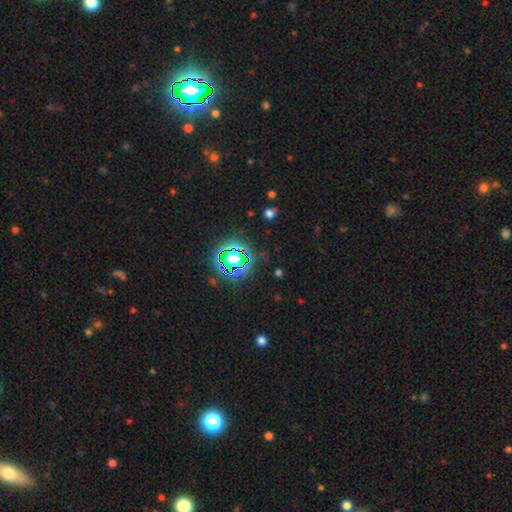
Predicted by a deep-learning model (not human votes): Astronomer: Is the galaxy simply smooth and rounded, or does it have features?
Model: star or artifact — 80%.